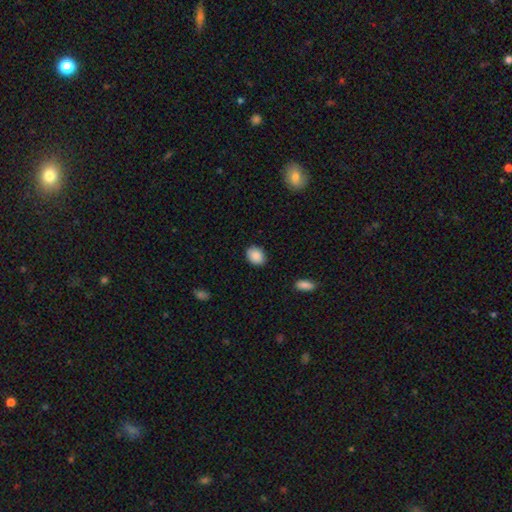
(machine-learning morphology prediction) This is clearly a smooth galaxy (89%). How rounded: possibly in between (57%). Merging: clearly none (87%).